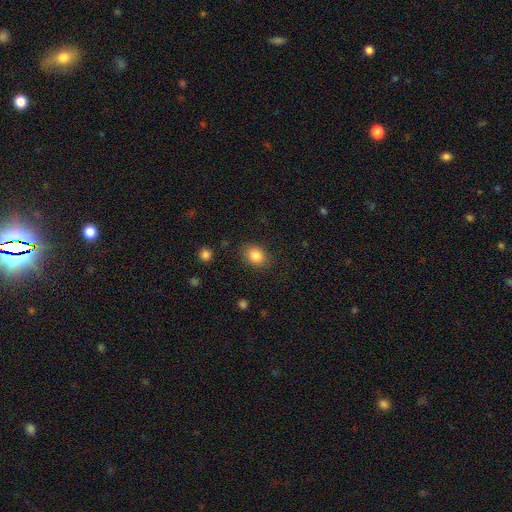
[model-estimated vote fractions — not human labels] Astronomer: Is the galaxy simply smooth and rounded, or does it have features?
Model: smooth — 85%.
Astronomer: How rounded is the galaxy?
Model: in between — 59% (runner-up: round, 40%).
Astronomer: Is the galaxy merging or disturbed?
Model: none — 82%.